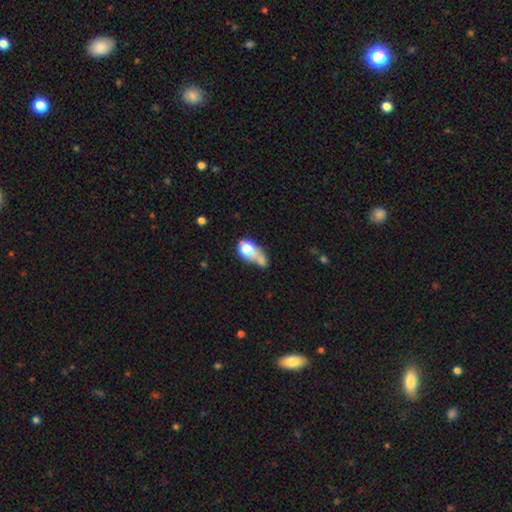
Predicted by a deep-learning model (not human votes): Morphology: type=smooth (61%); roundness=in between (52%); merging=merger (37%).